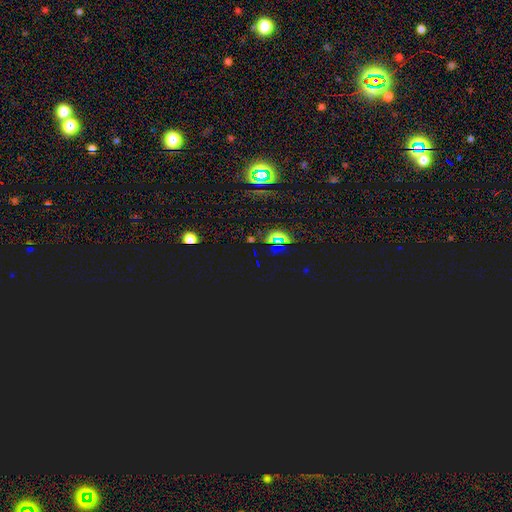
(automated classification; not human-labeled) smooth-or-featured: star or artifact: 82% | smooth: 11% | featured or disk: 6%